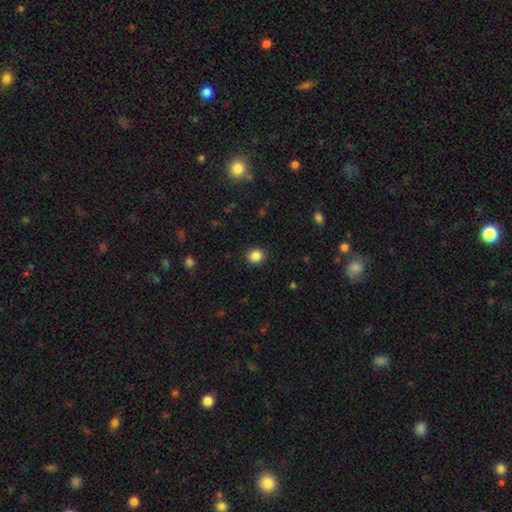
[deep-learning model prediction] Smooth or featured? Predicted: smooth (p=0.86). How rounded? Predicted: round (p=0.82). Merging? Predicted: none (p=0.91).